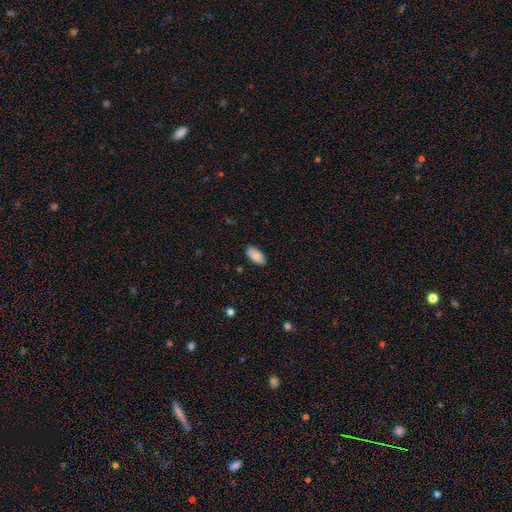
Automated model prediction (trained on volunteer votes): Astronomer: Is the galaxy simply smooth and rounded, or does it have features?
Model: smooth — 88%.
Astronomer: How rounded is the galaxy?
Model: in between — 93%.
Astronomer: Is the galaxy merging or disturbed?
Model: none — 87%.